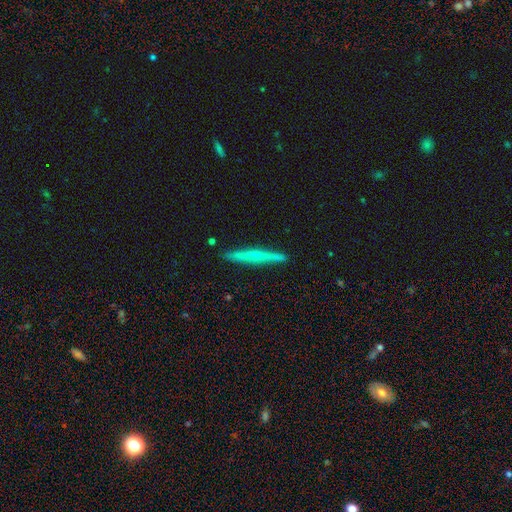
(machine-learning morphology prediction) A featured or disk galaxy (54%) viewed edge-on (97%) with no central bulge (56%).

Vote fractions:
- Smooth or featured? featured or disk: 54% / smooth: 40% / star or artifact: 6%
- Edge-on disk? yes: 97% / no: 3%
- Edge-on bulge? none: 56% / rounded: 37% / boxy: 7%
- Merging? none: 91% / minor disturbance: 7% / major disturbance: 1% / merger: 1%